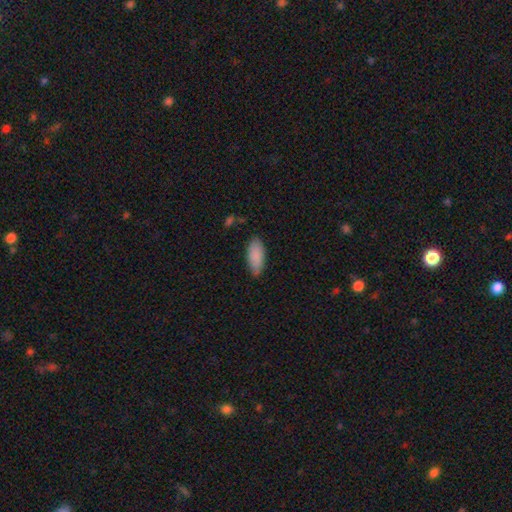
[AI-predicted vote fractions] smooth 89%, star or artifact 6%, featured or disk 6%. Down the decision tree: how rounded — in between (85%); merging — none (79%).